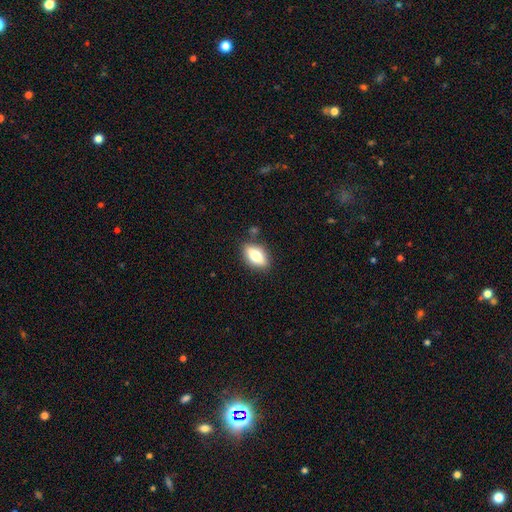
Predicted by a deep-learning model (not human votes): A smooth galaxy with no disk features (68%) that is in between round and cigar-shaped (84%). Merging: none (82%).